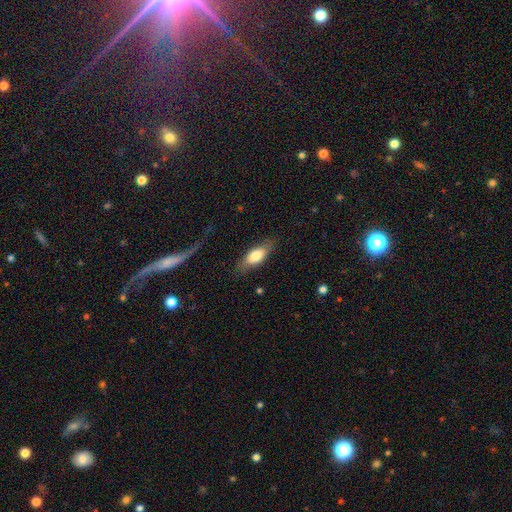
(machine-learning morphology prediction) Smooth or featured? Predicted: smooth (p=0.74). How rounded? Predicted: in between (p=0.78). Merging? Predicted: none (p=0.77).